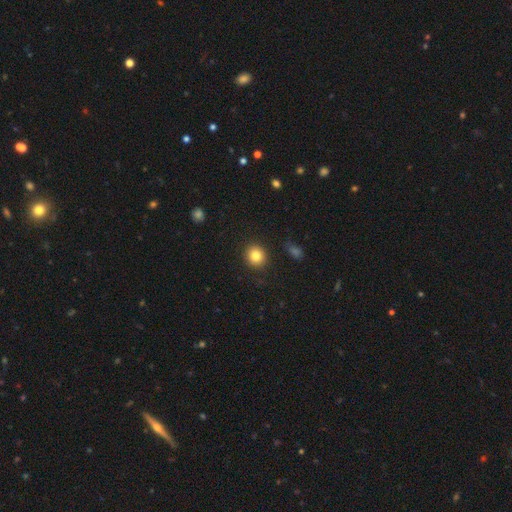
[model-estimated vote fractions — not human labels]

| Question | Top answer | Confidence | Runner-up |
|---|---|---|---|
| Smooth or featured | smooth | 83% | star or artifact (10%) |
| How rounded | round | 89% | in between (10%) |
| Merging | none | 90% | minor disturbance (7%) |